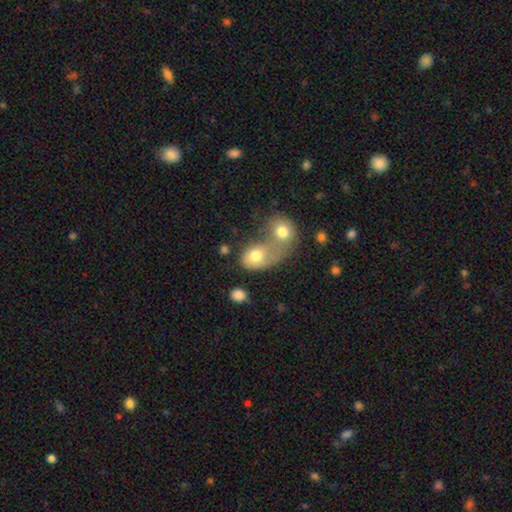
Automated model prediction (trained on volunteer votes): Smooth or featured: smooth — 72% (featured or disk — 20%)
How rounded: in between — 71% (round — 28%)
Merging: merger — 70% (none — 13%)